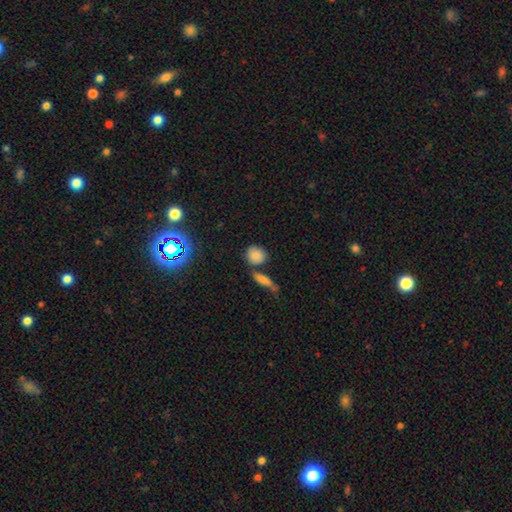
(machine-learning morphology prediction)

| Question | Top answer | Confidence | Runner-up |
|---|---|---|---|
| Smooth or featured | smooth | 79% | star or artifact (12%) |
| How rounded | round | 74% | in between (23%) |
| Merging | none | 66% | merger (15%) |